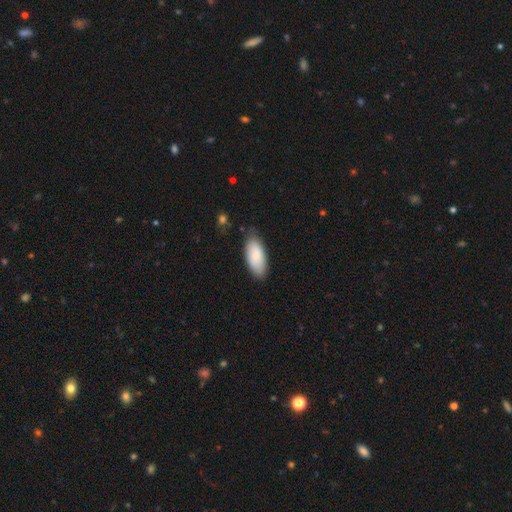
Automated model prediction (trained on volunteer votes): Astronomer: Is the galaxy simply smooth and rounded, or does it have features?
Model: smooth — 87%.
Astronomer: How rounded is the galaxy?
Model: in between — 89%.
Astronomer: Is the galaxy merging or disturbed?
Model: none — 77%.